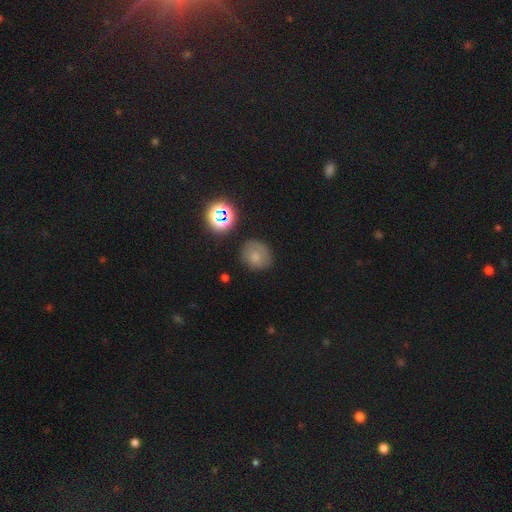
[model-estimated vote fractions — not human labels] A smooth galaxy with no disk features (70%) that is round (75%). Merging: none (73%).